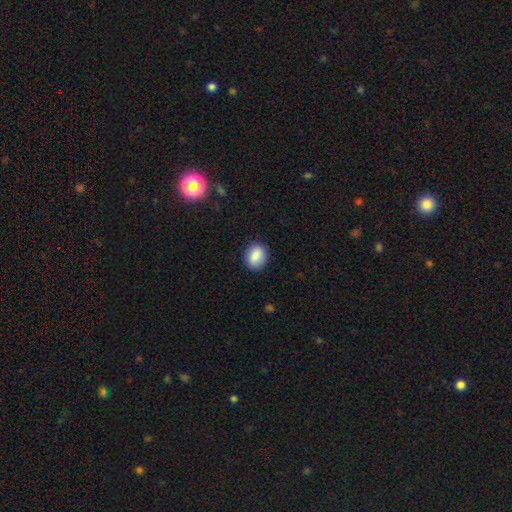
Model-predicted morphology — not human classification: This appears to be a smooth galaxy with no disk features (86%) that is in between round and cigar-shaped (55%). Merging: none (88%).